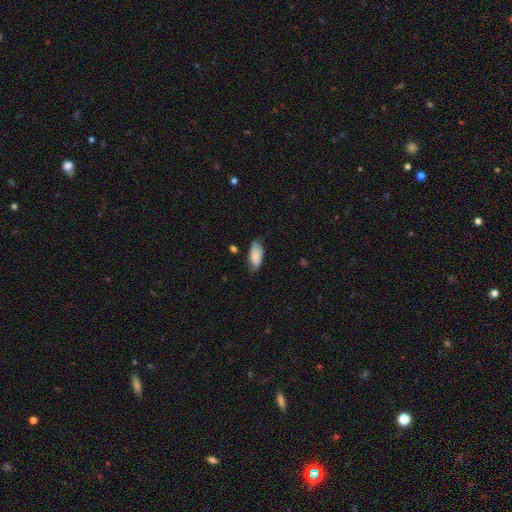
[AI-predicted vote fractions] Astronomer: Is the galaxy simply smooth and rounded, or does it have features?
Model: smooth — 77%.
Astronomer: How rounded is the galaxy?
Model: in between — 90%.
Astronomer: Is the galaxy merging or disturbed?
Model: none — 60%.